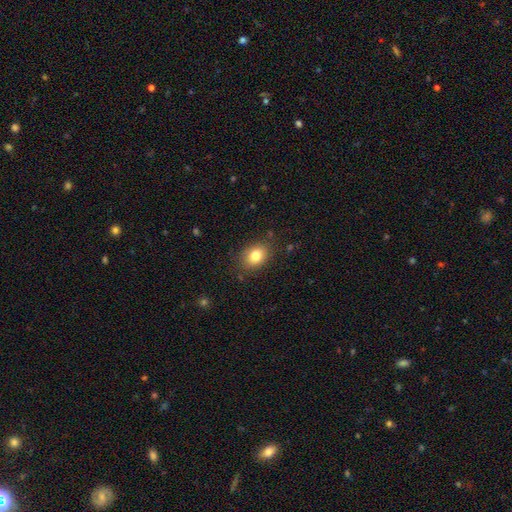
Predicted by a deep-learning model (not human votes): Smooth or featured? smooth (81%)
How rounded? in between (67%)
Merging? none (83%)